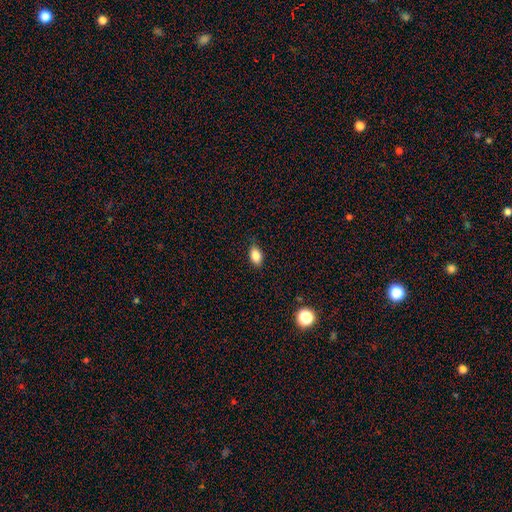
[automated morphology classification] Smooth or featured: smooth — 85% (star or artifact — 9%)
How rounded: in between — 88% (round — 10%)
Merging: none — 85% (minor disturbance — 12%)